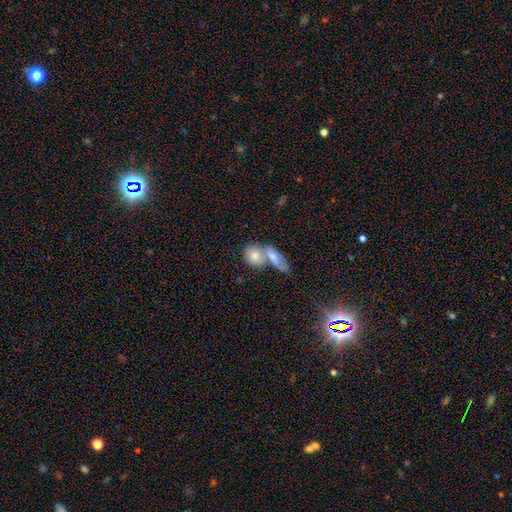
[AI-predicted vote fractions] smooth-or-featured: smooth: 66% | featured or disk: 20% | star or artifact: 14%
  how-rounded: round: 55% | in between: 39% | cigar-shaped: 6%
  merging: merger: 55% | none: 34% | minor disturbance: 8% | major disturbance: 4%